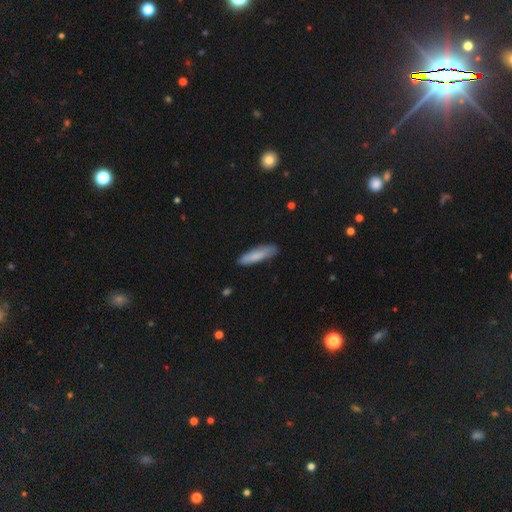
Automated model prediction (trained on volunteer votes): Smooth or featured? Predicted: smooth (p=0.79). How rounded? Predicted: cigar-shaped (p=0.75). Merging? Predicted: none (p=0.82).